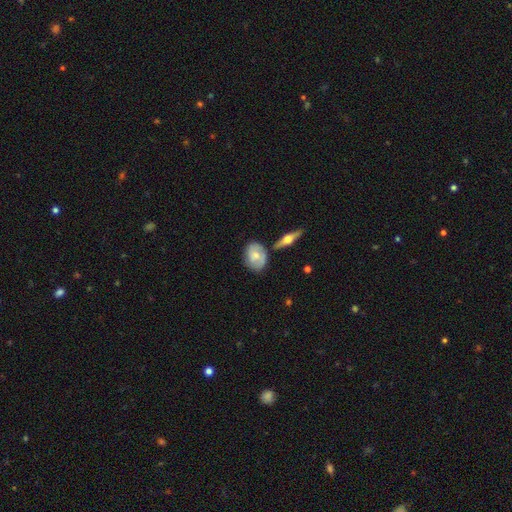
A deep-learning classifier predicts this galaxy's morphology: This appears to be a smooth galaxy with no disk features (48%). Merging: none (65%).